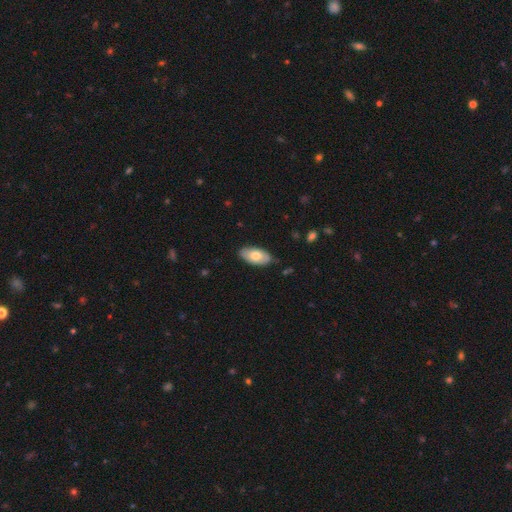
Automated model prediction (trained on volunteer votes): smooth_or_featured: smooth (p=0.67) [alt: featured or disk p=0.28]
how_rounded: in between (p=0.95) [alt: round p=0.03]
merging: none (p=0.83) [alt: minor disturbance p=0.14]